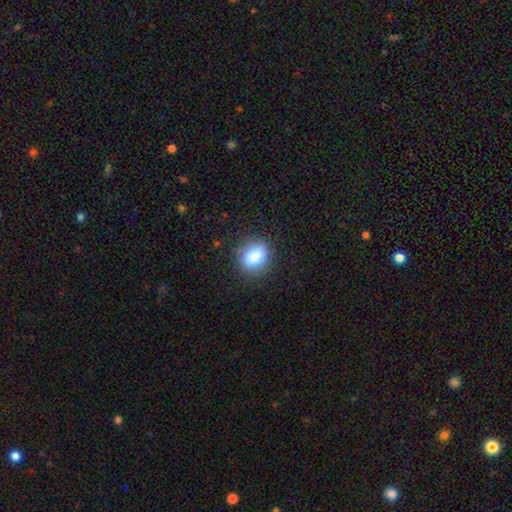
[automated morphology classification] Smooth or featured? smooth (82%)
How rounded? round (62%)
Merging? none (85%)